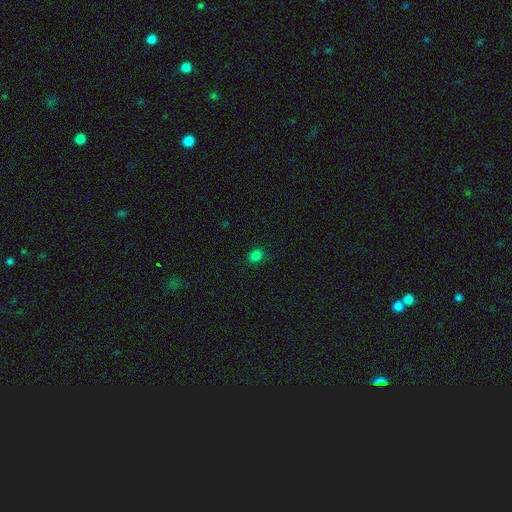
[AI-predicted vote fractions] Q: Smooth or featured?
A: smooth (80%); runner-up: star or artifact (17%)
Q: How rounded?
A: round (71%); runner-up: in between (28%)
Q: Merging?
A: none (88%); runner-up: minor disturbance (8%)